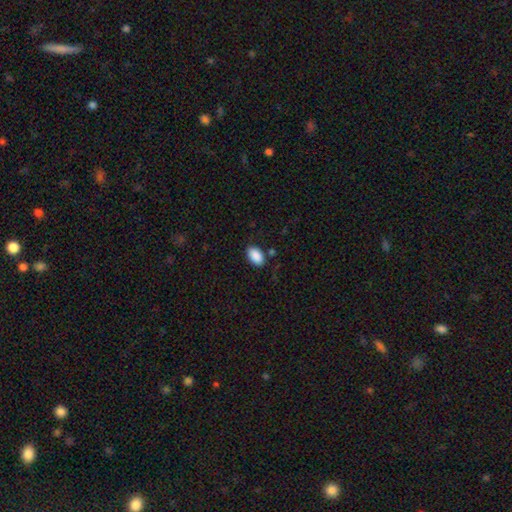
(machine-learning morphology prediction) Smooth or featured?
  - smooth: 90% *
  - star or artifact: 7%
  - featured or disk: 3%
How rounded?
  - in between: 93% *
  - round: 6%
  - cigar-shaped: 1%
Merging?
  - none: 82% *
  - minor disturbance: 12%
  - major disturbance: 3%
  - merger: 3%